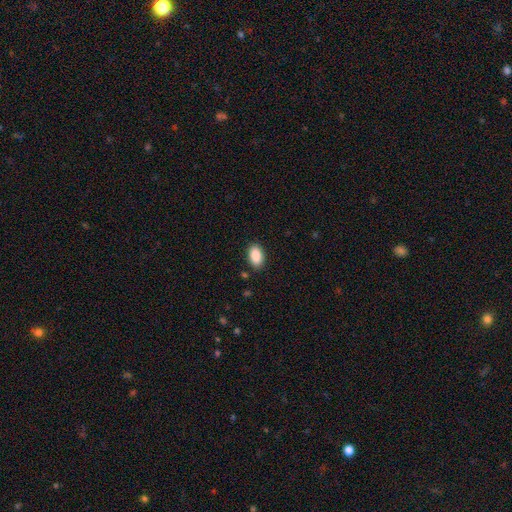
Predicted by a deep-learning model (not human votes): Q: Smooth or featured?
A: smooth (90%); runner-up: star or artifact (7%)
Q: How rounded?
A: in between (93%); runner-up: round (5%)
Q: Merging?
A: none (88%); runner-up: minor disturbance (8%)